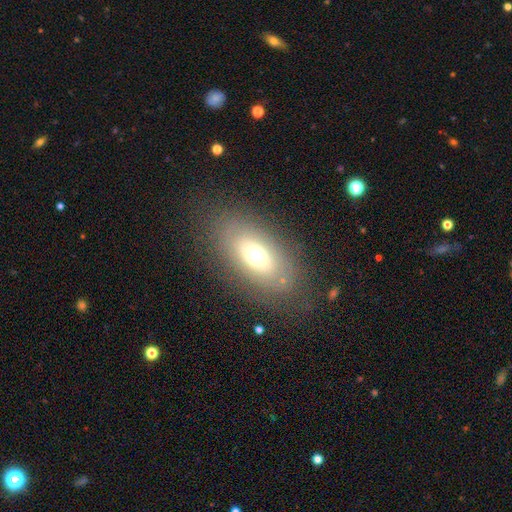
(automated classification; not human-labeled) Smooth or featured: smooth — 57% (featured or disk — 33%)
How rounded: in between — 87% (round — 8%)
Merging: none — 79% (minor disturbance — 13%)